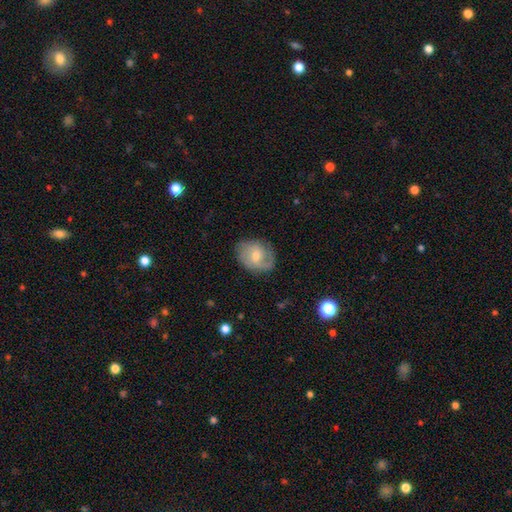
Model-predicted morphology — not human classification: A featured or disk galaxy (59%) with no bar (57%), spiral arms (83%) and a moderate central bulge (50%). Merging: none (74%).